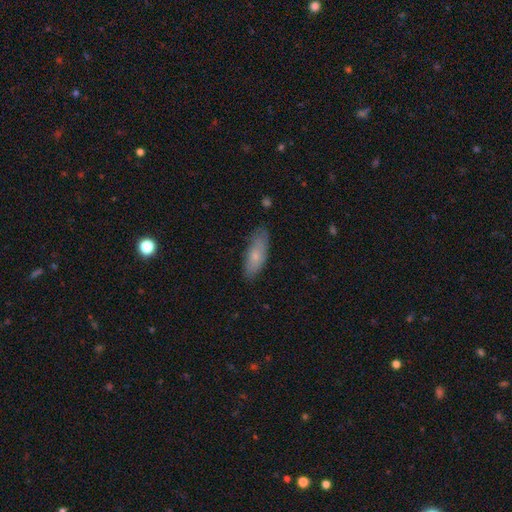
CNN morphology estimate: Smooth or featured?
  - smooth: 66% *
  - featured or disk: 27%
  - star or artifact: 7%
How rounded?
  - in between: 69% *
  - cigar-shaped: 29%
  - round: 2%
Merging?
  - none: 72% *
  - minor disturbance: 22%
  - major disturbance: 4%
  - merger: 1%